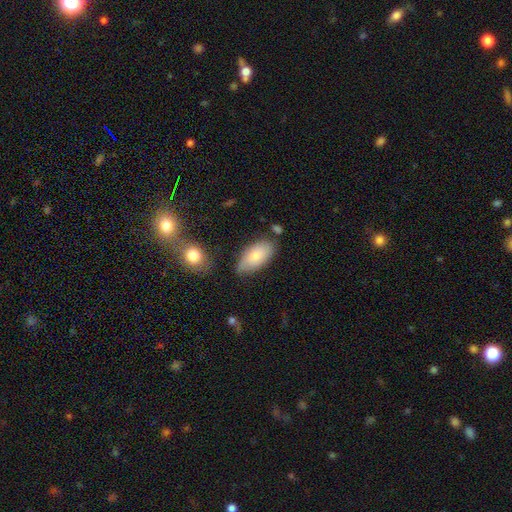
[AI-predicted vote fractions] Smooth or featured? Predicted: smooth (p=0.74). How rounded? Predicted: in between (p=0.93). Merging? Predicted: none (p=0.70).